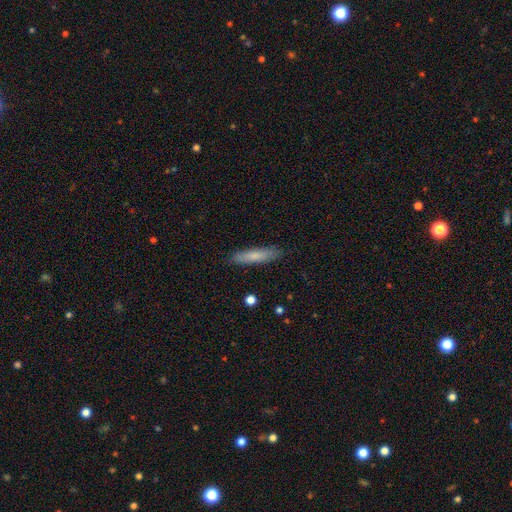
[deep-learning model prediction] Smooth or featured: smooth — 78% (featured or disk — 16%)
How rounded: cigar-shaped — 82% (in between — 16%)
Merging: none — 87% (minor disturbance — 10%)